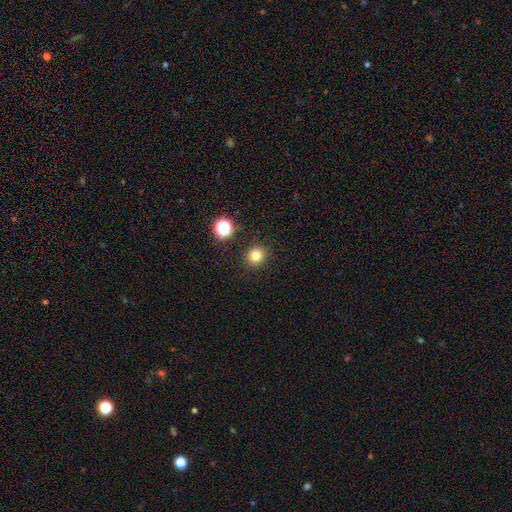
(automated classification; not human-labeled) A smooth galaxy with no disk features (79%) that is round (90%). Merging: none (90%).